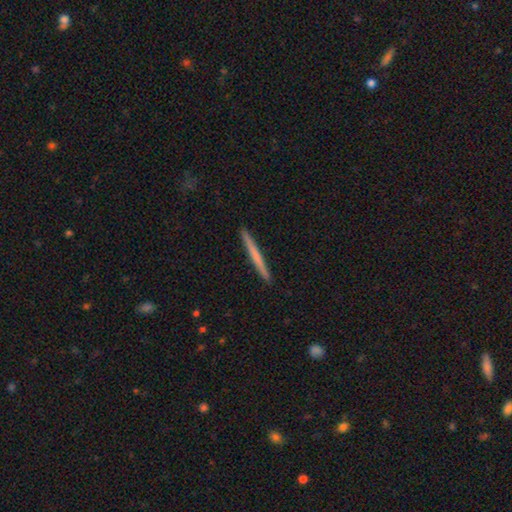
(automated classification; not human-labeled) This is possibly a smooth galaxy (56%). How rounded: clearly cigar-shaped (97%). Merging: clearly none (93%).